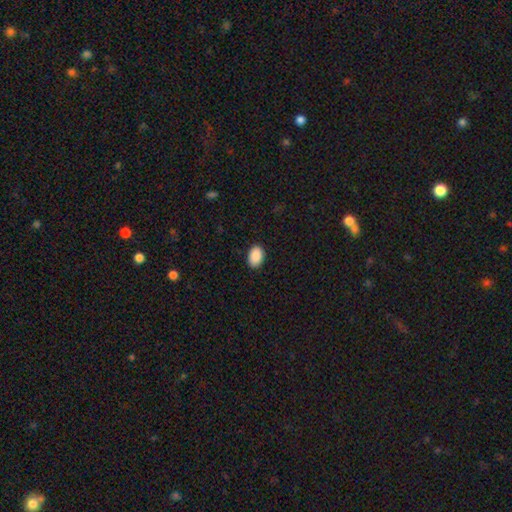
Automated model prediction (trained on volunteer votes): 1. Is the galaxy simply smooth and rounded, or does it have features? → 91% smooth, 7% star or artifact, 3% featured or disk.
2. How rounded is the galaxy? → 88% in between, 11% round, 1% cigar-shaped.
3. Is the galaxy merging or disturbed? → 89% none, 8% minor disturbance, 2% major disturbance, 1% merger.